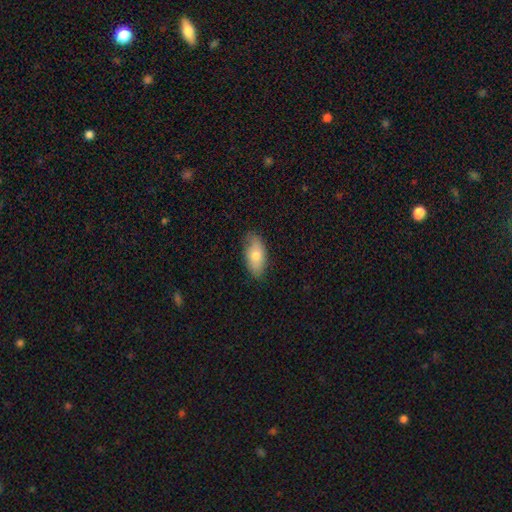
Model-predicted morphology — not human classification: Q: Smooth or featured?
A: smooth (72%); runner-up: featured or disk (21%)
Q: How rounded?
A: in between (90%); runner-up: cigar-shaped (7%)
Q: Merging?
A: none (78%); runner-up: minor disturbance (17%)